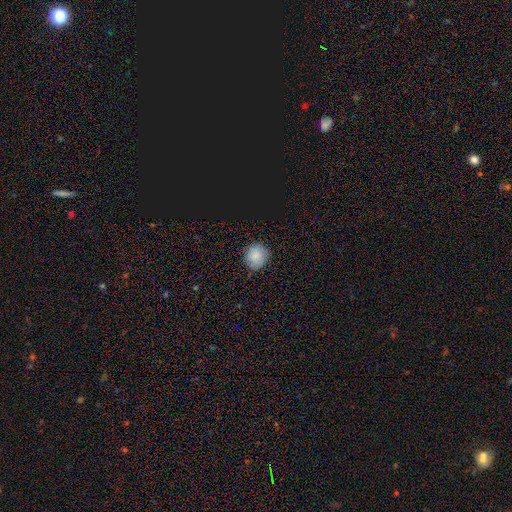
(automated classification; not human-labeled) This appears to be a smooth galaxy with no disk features (82%) that is round (90%). Merging: none (87%).